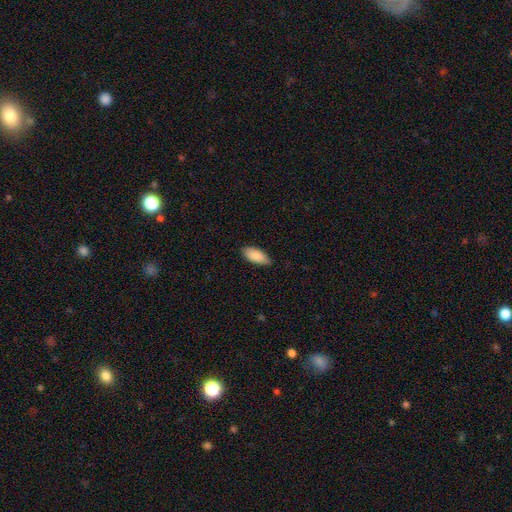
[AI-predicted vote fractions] The model was most divided on "merging": none: 79%, minor disturbance: 18%, major disturbance: 2%, merger: 1%. More confident: smooth or featured — smooth (89%); how rounded — in between (87%).